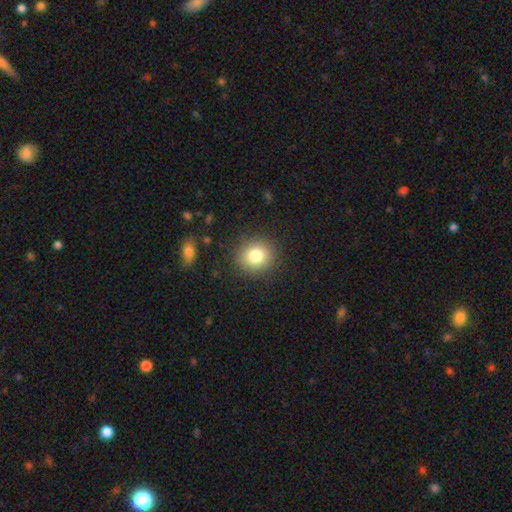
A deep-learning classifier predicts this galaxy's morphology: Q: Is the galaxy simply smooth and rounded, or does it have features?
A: smooth — 79%.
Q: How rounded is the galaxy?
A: round — 84%.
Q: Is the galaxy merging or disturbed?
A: none — 89%.